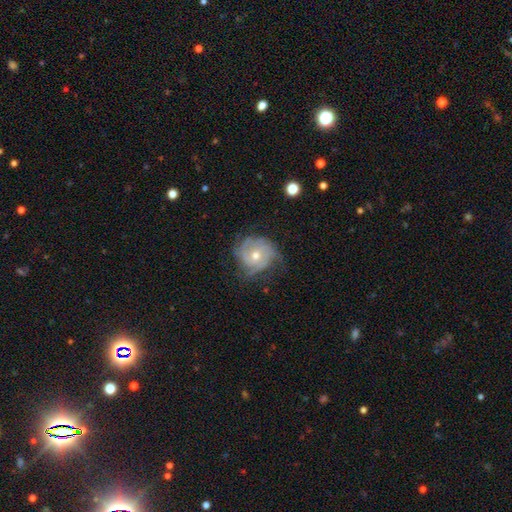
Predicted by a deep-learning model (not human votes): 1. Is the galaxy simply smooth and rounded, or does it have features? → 77% featured or disk, 16% smooth, 8% star or artifact.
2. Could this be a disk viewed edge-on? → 97% no, 3% yes.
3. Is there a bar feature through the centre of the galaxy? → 78% no, 18% weak, 4% strong.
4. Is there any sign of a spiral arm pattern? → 91% yes, 9% no.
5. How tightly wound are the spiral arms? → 61% tight, 30% medium, 10% loose.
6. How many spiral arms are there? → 32% 3, 31% can't tell, 17% 2, 10% 4, 5% 1, 5% more than 4.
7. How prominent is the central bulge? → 62% moderate, 34% small, 2% large, 1% none, 1% dominant.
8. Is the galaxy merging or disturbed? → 64% none, 24% minor disturbance, 11% major disturbance, 1% merger.